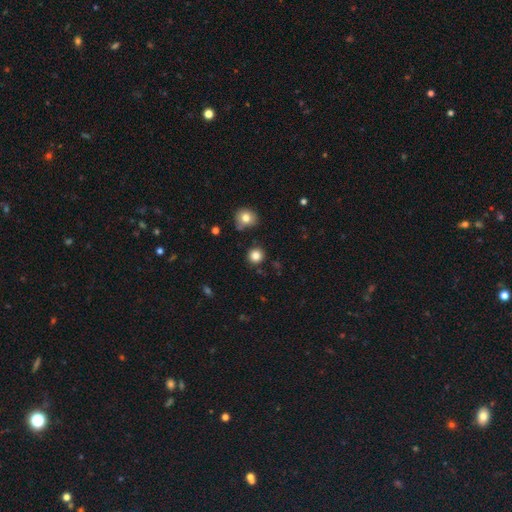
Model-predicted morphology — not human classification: smooth_or_featured: smooth (p=0.84) [alt: star or artifact p=0.12]
how_rounded: round (p=0.93) [alt: in between p=0.06]
merging: none (p=0.88) [alt: minor disturbance p=0.07]